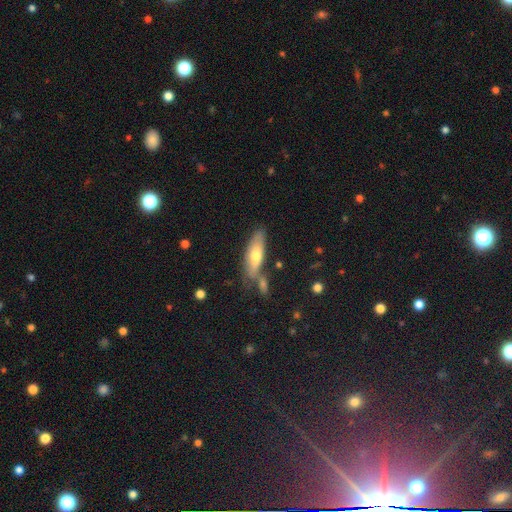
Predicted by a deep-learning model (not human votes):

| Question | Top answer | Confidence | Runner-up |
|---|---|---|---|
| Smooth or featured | smooth | 59% | featured or disk (34%) |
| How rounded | in between | 56% | cigar-shaped (42%) |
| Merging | none | 63% | minor disturbance (18%) |